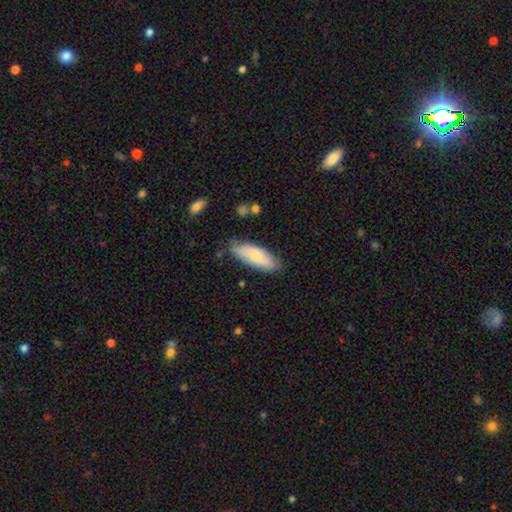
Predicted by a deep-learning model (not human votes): smooth 69%, featured or disk 26%, star or artifact 6%. Down the decision tree: how rounded — in between (72%); merging — none (72%).